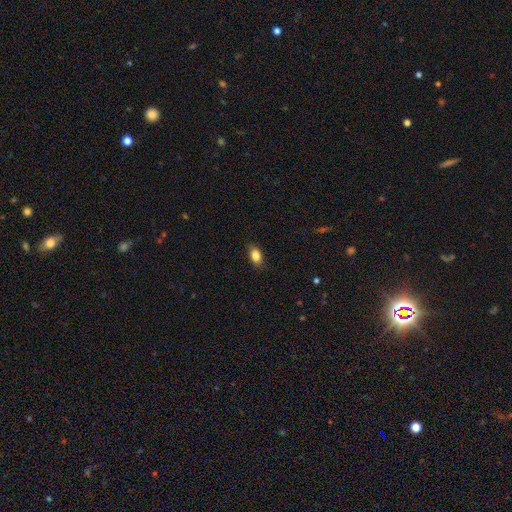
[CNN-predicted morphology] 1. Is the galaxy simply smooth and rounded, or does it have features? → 85% smooth, 8% star or artifact, 7% featured or disk.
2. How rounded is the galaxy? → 87% in between, 10% round, 3% cigar-shaped.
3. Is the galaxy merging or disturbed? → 84% none, 13% minor disturbance, 3% major disturbance, 1% merger.